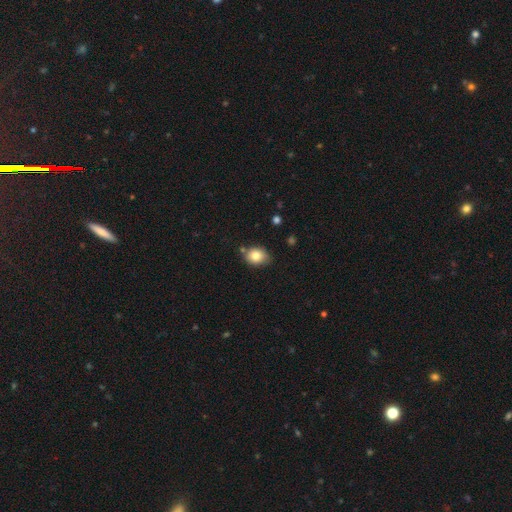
This appears to be a smooth galaxy with no disk features (90%) that is round (57%). Merging: none (70%).